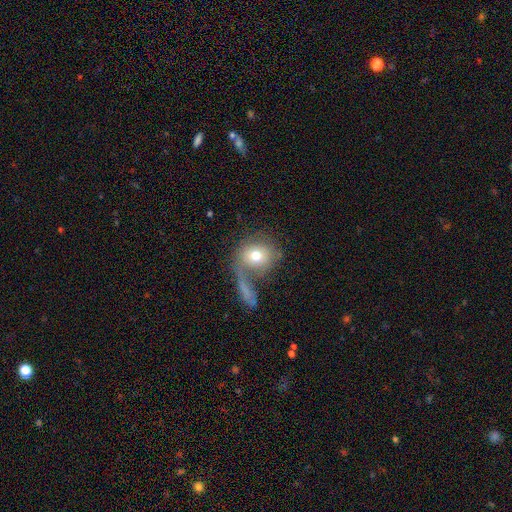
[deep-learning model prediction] This is likely a smooth galaxy (69%). How rounded: likely round (79%). Merging: marginally none (38%).